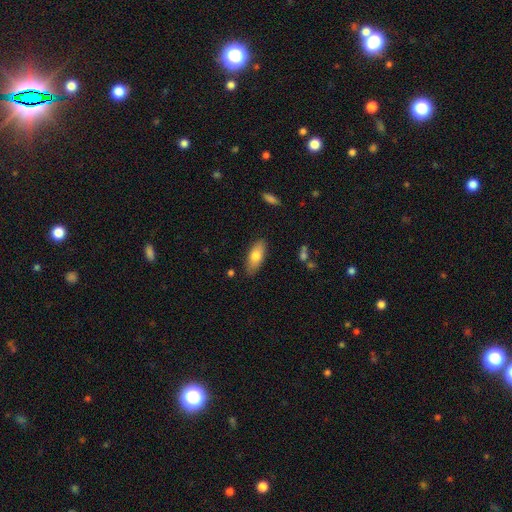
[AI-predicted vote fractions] Smooth or featured? smooth (76%)
How rounded? in between (78%)
Merging? none (84%)